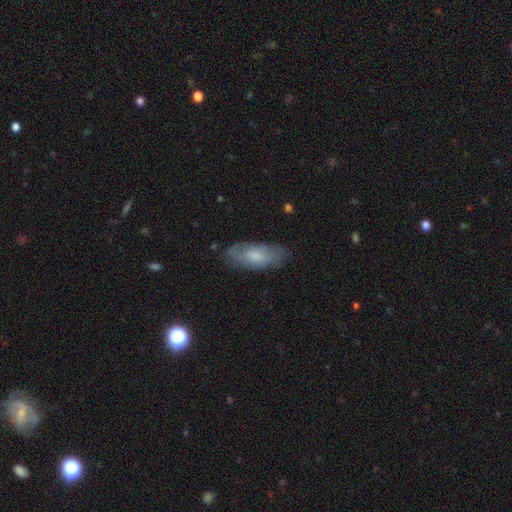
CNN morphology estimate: Smooth or featured: smooth — 65% (featured or disk — 29%)
How rounded: in between — 81% (cigar-shaped — 17%)
Merging: none — 76% (minor disturbance — 18%)